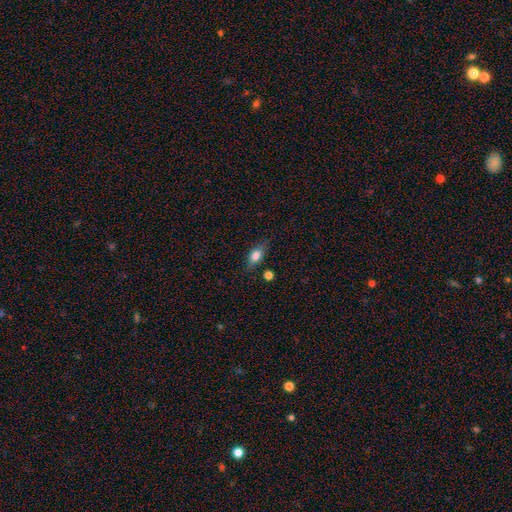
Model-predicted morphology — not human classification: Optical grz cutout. It shows a smooth galaxy with no disk features (76%) that is in between round and cigar-shaped (76%). Merging: none (72%).